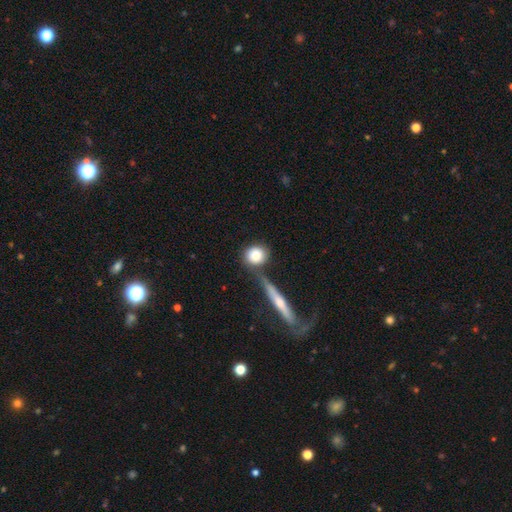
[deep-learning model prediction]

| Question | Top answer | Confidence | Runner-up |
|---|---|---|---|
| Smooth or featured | smooth | 83% | featured or disk (10%) |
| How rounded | round | 79% | in between (16%) |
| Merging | none | 62% | merger (19%) |